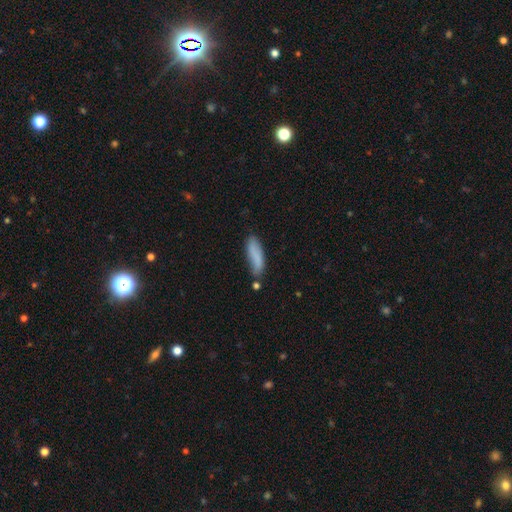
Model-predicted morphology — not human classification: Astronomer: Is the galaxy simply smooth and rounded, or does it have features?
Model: smooth — 80%.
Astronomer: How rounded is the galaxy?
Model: cigar-shaped — 55% (runner-up: in between, 43%).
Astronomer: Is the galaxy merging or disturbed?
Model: none — 62%.